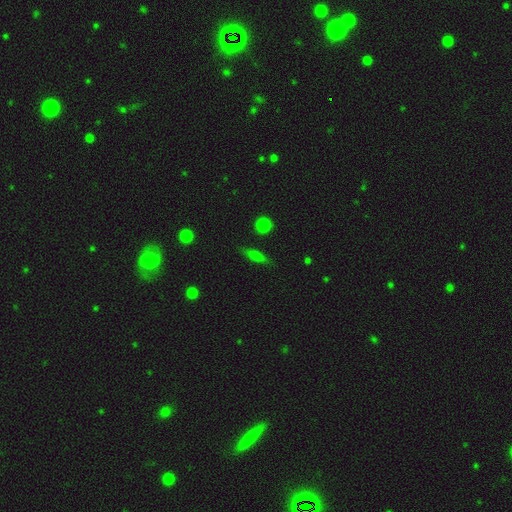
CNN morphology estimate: Smooth or featured: smooth — 59% (featured or disk — 28%)
How rounded: cigar-shaped — 62% (in between — 31%)
Merging: none — 83% (minor disturbance — 12%)